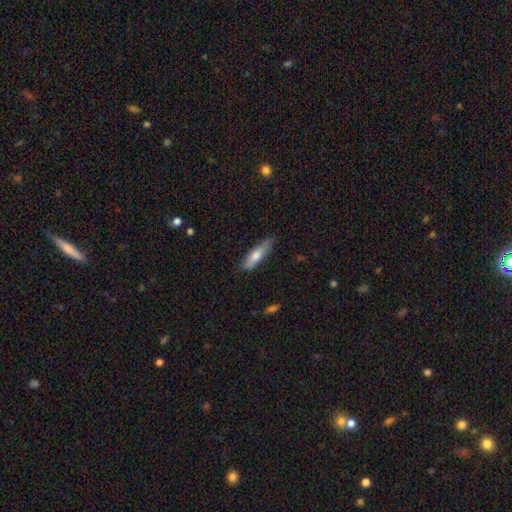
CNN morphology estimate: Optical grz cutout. It shows a smooth galaxy with no disk features (68%) that is cigar-shaped (70%). Merging: none (78%).